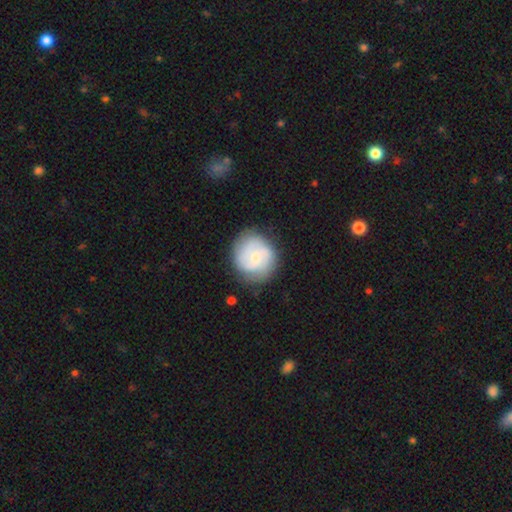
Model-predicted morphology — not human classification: featured or disk 62%, smooth 32%, star or artifact 6%. Down the decision tree: edge-on disk — no (98%); bar — no (66%); spiral arms — yes (87%); spiral arm count — 2 (46%); spiral winding — tight (47%); bulge size — small (62%); merging — none (76%).